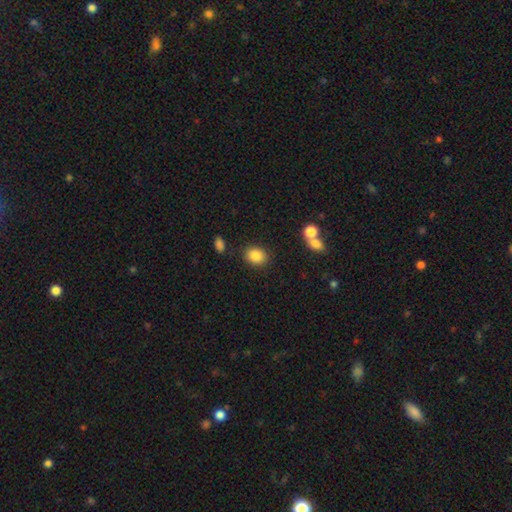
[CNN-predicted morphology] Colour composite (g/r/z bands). It shows a smooth galaxy with no disk features (85%) that is in between round and cigar-shaped (57%). Merging: none (84%).